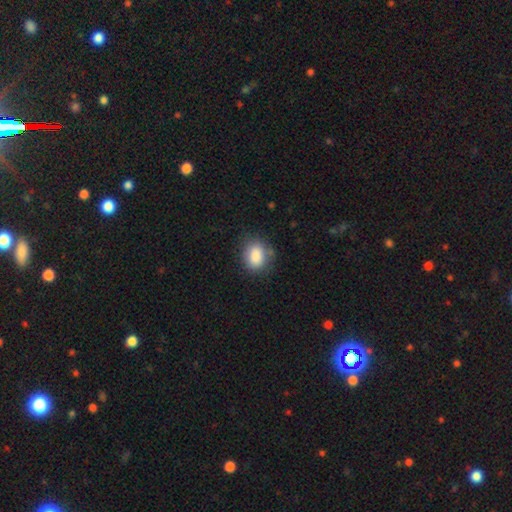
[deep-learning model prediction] A smooth galaxy with no disk features (86%) that is in between round and cigar-shaped (57%). Merging: none (77%).